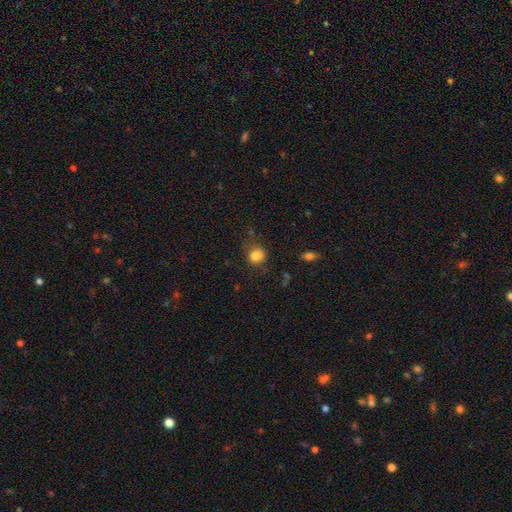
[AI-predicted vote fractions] A smooth galaxy with no disk features (82%) that is round (72%). Merging: none (64%).